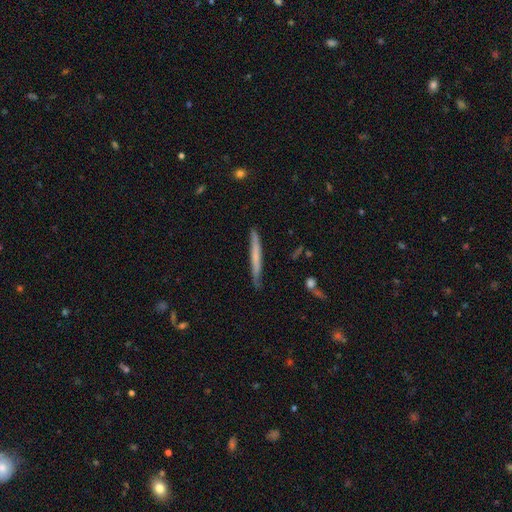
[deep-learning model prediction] The model was most divided on "smooth or featured": smooth: 53%, featured or disk: 41%, star or artifact: 6%. More confident: how rounded — cigar-shaped (97%); merging — none (86%).